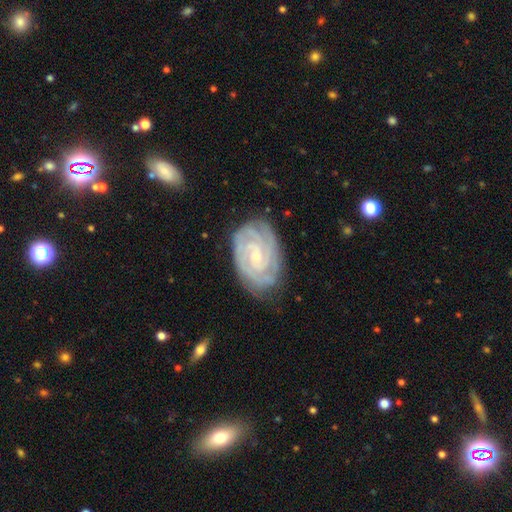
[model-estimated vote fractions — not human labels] This is clearly a featured or disk galaxy (88%). It is clearly not viewed edge-on (97%). Bar: possibly no (49%). Spiral arm pattern: clearly yes (98%). Spiral arm count: marginally 2 (32%). Spiral winding: clearly tight (80%). Central bulge: likely small (74%). Merging: likely none (79%).